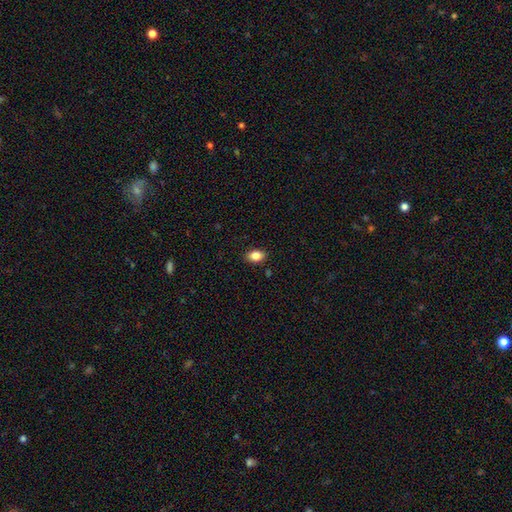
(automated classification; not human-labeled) The model was most divided on "how rounded": in between: 81%, round: 17%, cigar-shaped: 1%. More confident: merging — none (88%); smooth or featured — smooth (86%).